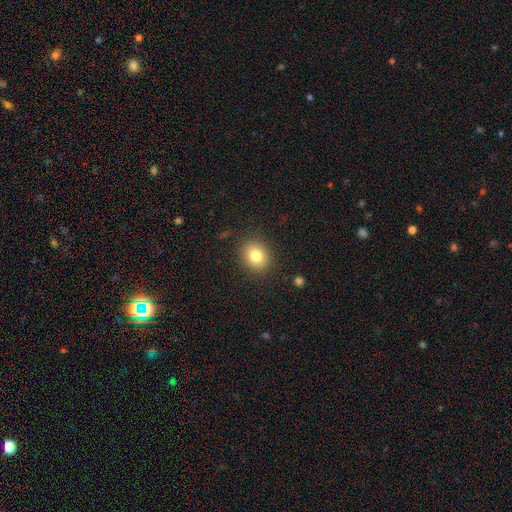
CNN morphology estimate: A smooth galaxy with no disk features (80%) that is round (72%).

Vote fractions:
- Smooth or featured? smooth: 80% / star or artifact: 11% / featured or disk: 9%
- How rounded? round: 72% / in between: 27% / cigar-shaped: 1%
- Merging? none: 88% / minor disturbance: 8% / major disturbance: 3% / merger: 1%